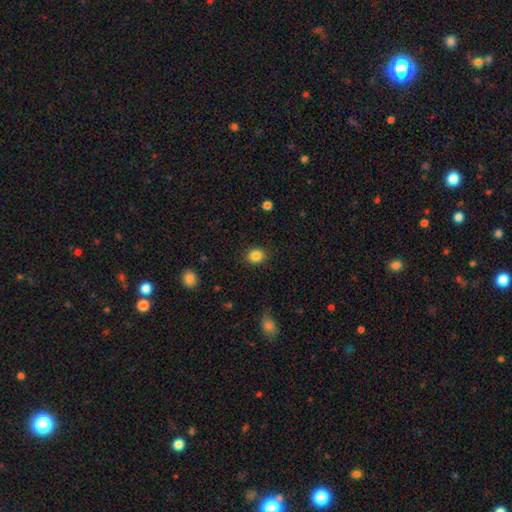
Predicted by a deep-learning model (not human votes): A smooth galaxy with no disk features (86%) that is round (78%). Merging: none (89%).